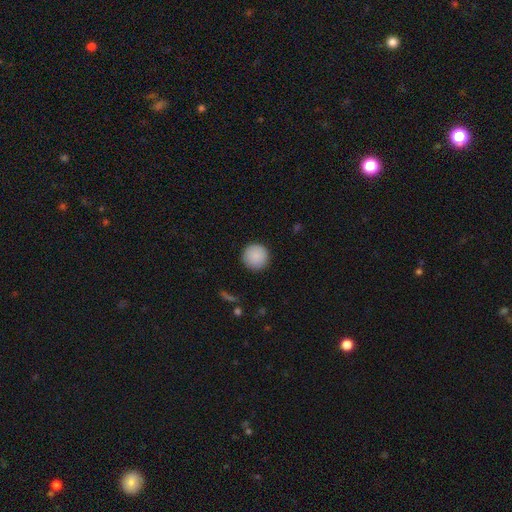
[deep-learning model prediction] Q: Smooth or featured?
A: smooth (90%); runner-up: star or artifact (7%)
Q: How rounded?
A: round (96%); runner-up: in between (3%)
Q: Merging?
A: none (92%); runner-up: minor disturbance (6%)